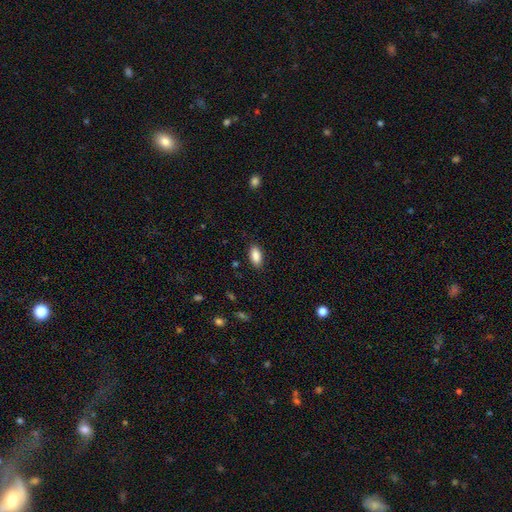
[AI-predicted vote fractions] A smooth galaxy with no disk features (89%) that is in between round and cigar-shaped (91%).

Vote fractions:
- Smooth or featured? smooth: 89% / star or artifact: 7% / featured or disk: 4%
- How rounded? in between: 91% / cigar-shaped: 6% / round: 3%
- Merging? none: 87% / minor disturbance: 9% / major disturbance: 2% / merger: 1%